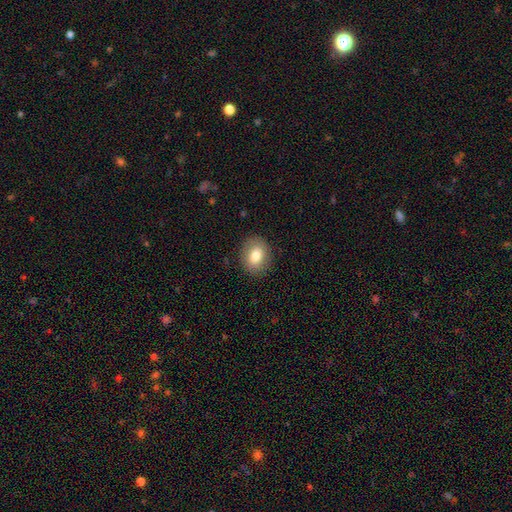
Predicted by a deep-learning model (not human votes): Morphology: type=smooth (79%); roundness=in between (53%); merging=none (87%).